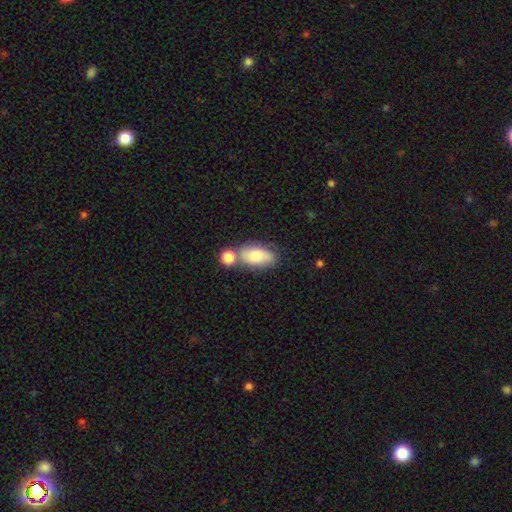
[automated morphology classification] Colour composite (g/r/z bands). It shows a smooth galaxy with no disk features (73%) that is in between round and cigar-shaped (88%). Merging: none (49%).